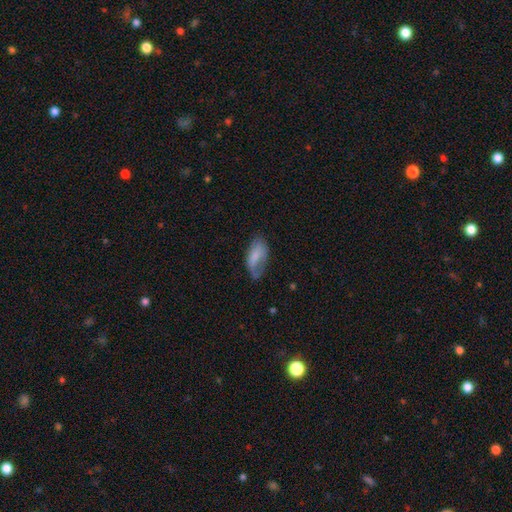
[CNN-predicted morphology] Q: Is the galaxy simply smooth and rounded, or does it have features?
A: smooth — 68%.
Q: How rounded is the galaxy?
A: in between — 91%.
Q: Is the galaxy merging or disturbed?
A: none — 42%.